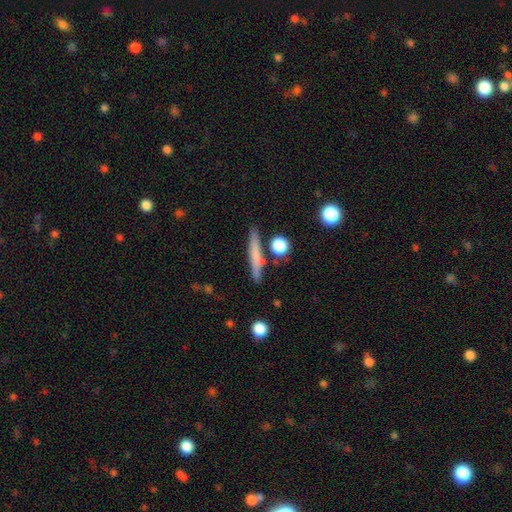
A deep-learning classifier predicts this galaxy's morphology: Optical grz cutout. It shows a smooth galaxy with no disk features (62%) that is cigar-shaped (90%). Merging: none (79%).